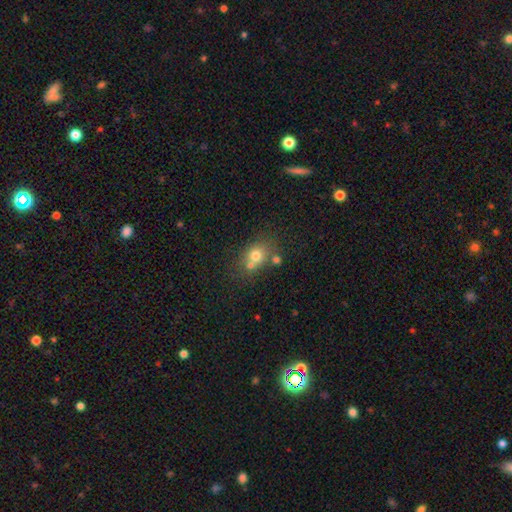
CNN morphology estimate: smooth 70%, featured or disk 16%, star or artifact 14%. Down the decision tree: how rounded — round (60%); merging — none (51%).